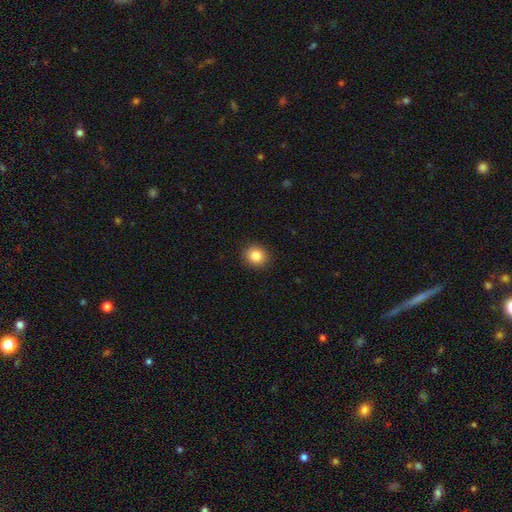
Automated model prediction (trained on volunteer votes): smooth 85%, star or artifact 10%, featured or disk 5%. Down the decision tree: how rounded — round (83%); merging — none (91%).